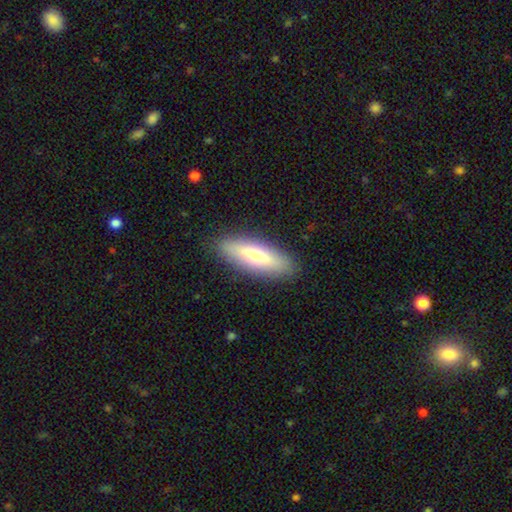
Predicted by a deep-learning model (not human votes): Smooth or featured? smooth (59%)
How rounded? cigar-shaped (51%)
Merging? none (88%)